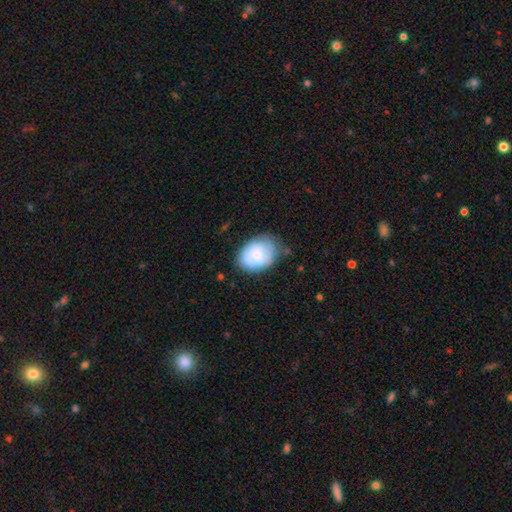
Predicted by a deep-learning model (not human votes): Smooth or featured?
  - smooth: 55% *
  - featured or disk: 38%
  - star or artifact: 7%
How rounded?
  - in between: 67% *
  - round: 32%
  - cigar-shaped: 1%
Merging?
  - none: 62% *
  - minor disturbance: 26%
  - major disturbance: 9%
  - merger: 3%